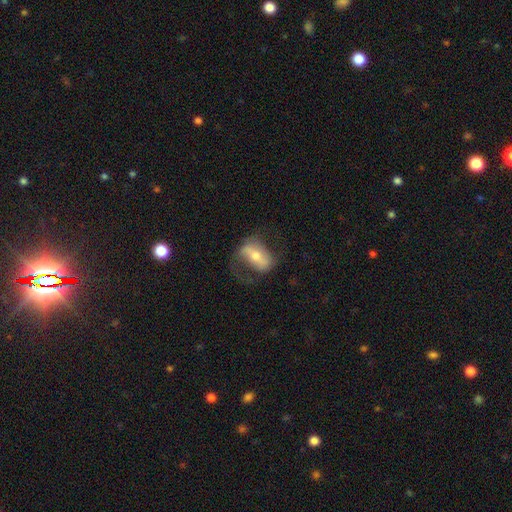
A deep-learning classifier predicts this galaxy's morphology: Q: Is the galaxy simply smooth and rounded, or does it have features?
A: featured or disk — 65%.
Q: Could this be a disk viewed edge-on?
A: no — 90%.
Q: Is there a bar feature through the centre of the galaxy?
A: strong — 49%.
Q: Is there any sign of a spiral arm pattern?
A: yes — 75%.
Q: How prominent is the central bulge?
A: moderate — 60%.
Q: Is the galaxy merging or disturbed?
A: none — 54%.